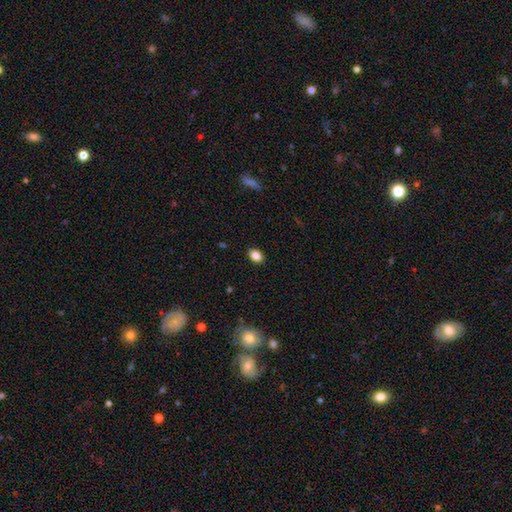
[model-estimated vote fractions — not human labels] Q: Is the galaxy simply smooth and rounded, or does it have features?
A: smooth — 85%.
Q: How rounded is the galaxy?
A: in between — 78%.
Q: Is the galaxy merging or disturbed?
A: none — 89%.